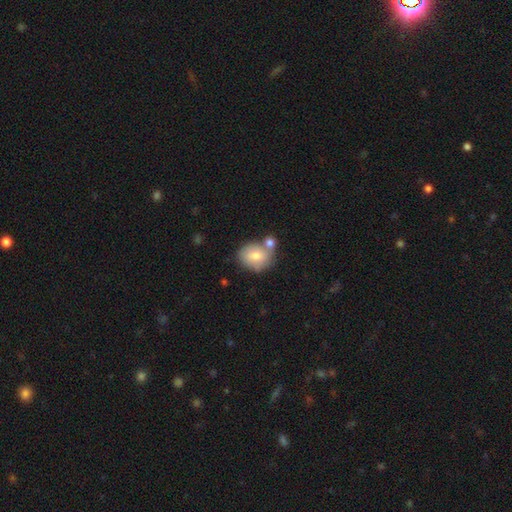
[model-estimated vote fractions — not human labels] smooth-or-featured: smooth: 74% | featured or disk: 18% | star or artifact: 8%
  how-rounded: round: 63% | in between: 36% | cigar-shaped: 1%
  merging: none: 52% | merger: 29% | minor disturbance: 15% | major disturbance: 4%